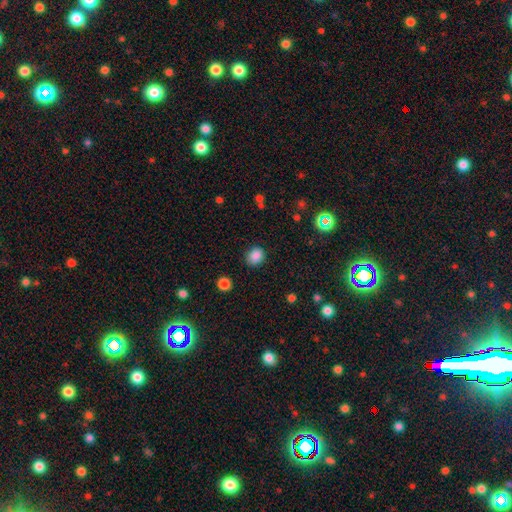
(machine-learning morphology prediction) This is clearly a smooth galaxy (86%). How rounded: likely round (62%). Merging: clearly none (85%).